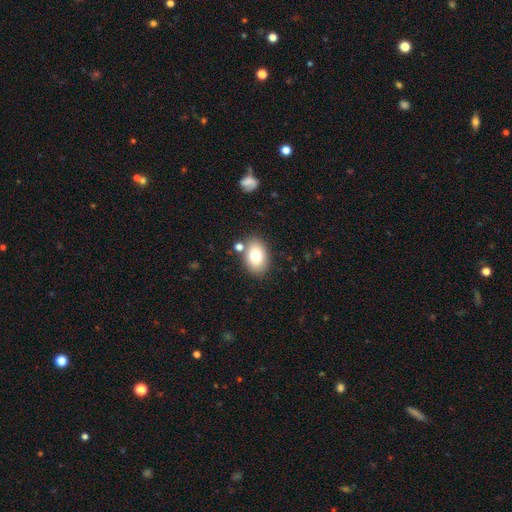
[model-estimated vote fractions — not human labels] The model was most divided on "smooth or featured": smooth: 77%, featured or disk: 14%, star or artifact: 9%. More confident: how rounded — in between (81%); merging — none (78%).